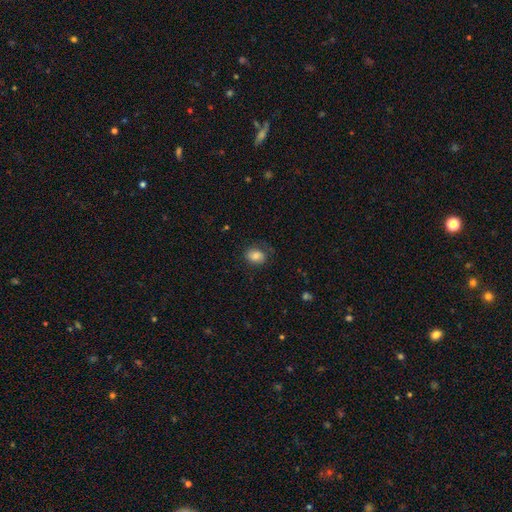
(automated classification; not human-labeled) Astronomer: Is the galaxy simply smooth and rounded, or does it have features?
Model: smooth — 79%.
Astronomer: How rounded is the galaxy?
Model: in between — 65%.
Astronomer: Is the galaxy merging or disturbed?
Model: none — 67%.